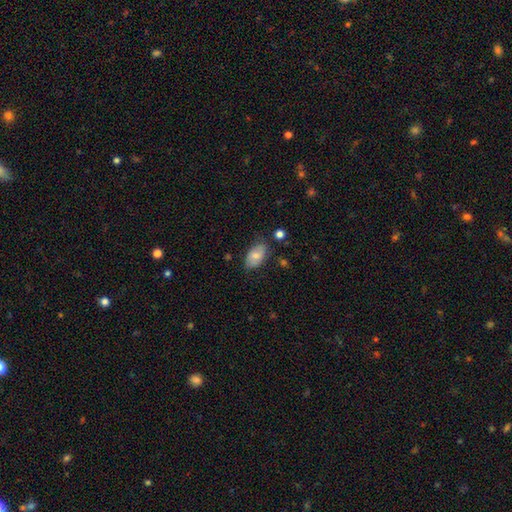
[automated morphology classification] Smooth or featured? Predicted: smooth (p=0.71). How rounded? Predicted: in between (p=0.93). Merging? Predicted: none (p=0.70).